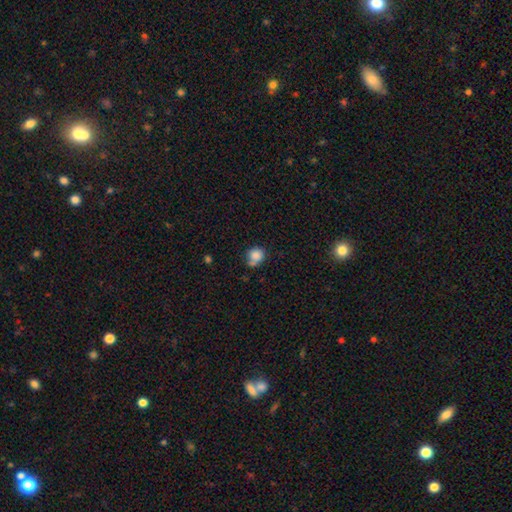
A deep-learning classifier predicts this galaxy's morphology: Q: Smooth or featured?
A: smooth (83%); runner-up: star or artifact (10%)
Q: How rounded?
A: round (81%); runner-up: in between (18%)
Q: Merging?
A: none (55%); runner-up: merger (21%)